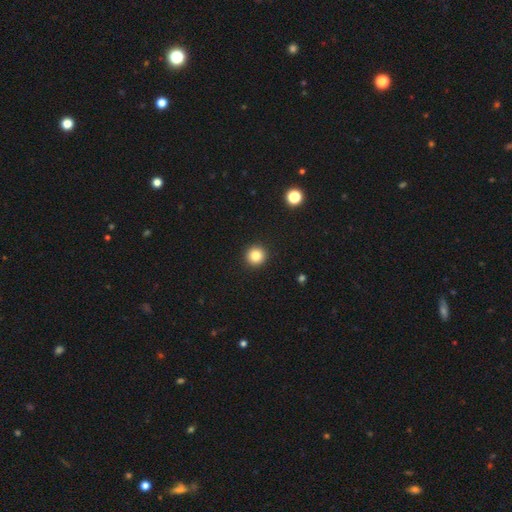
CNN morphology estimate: Q: Smooth or featured?
A: smooth (83%); runner-up: star or artifact (11%)
Q: How rounded?
A: round (95%); runner-up: in between (4%)
Q: Merging?
A: none (93%); runner-up: minor disturbance (4%)